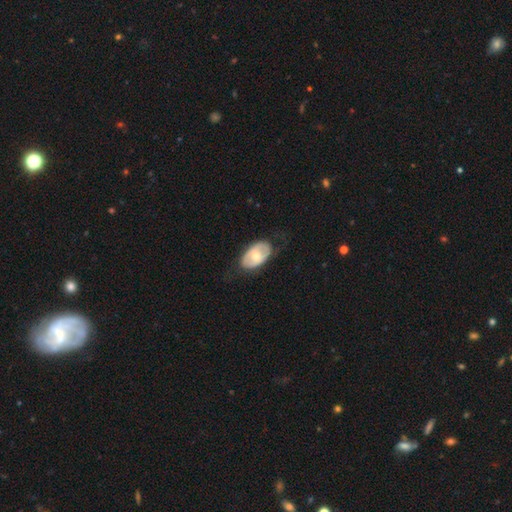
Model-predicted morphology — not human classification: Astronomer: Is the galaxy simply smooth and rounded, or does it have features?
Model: smooth — 48% (runner-up: featured or disk, 47%).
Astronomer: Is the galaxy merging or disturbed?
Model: none — 70%.